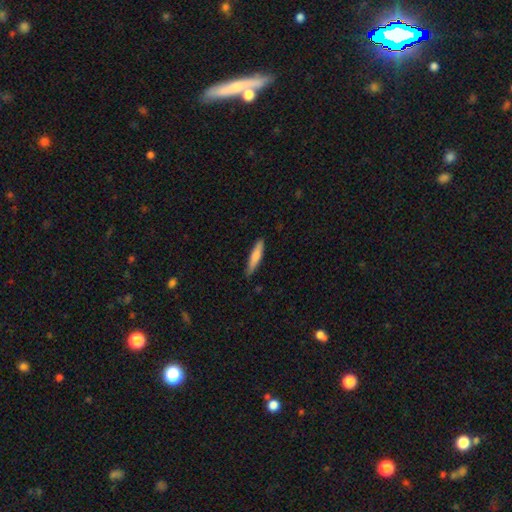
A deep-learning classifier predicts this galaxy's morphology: Smooth or featured?
  - smooth: 77% *
  - featured or disk: 18%
  - star or artifact: 5%
How rounded?
  - cigar-shaped: 87% *
  - in between: 12%
  - round: 1%
Merging?
  - none: 84% *
  - minor disturbance: 13%
  - major disturbance: 2%
  - merger: 1%